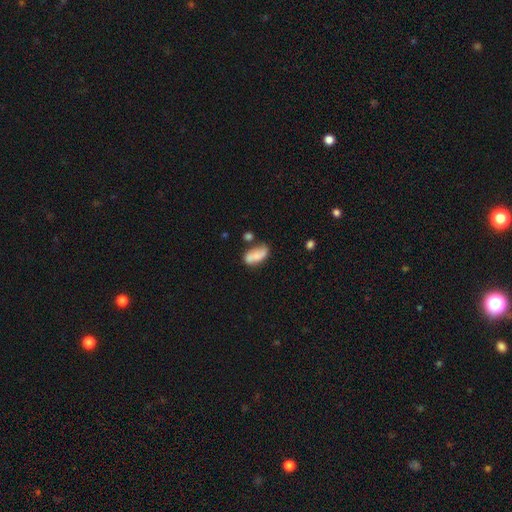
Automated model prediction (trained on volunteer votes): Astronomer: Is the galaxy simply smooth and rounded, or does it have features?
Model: smooth — 66%.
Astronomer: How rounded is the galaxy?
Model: in between — 87%.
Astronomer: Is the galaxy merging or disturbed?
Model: none — 49% (runner-up: minor disturbance, 26%).